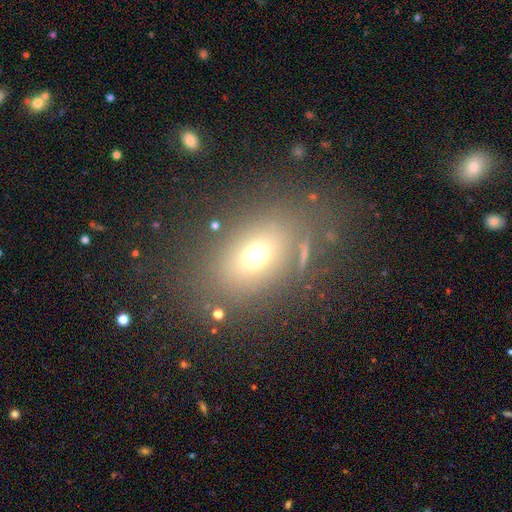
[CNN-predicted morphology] smooth-or-featured: smooth: 66% | star or artifact: 20% | featured or disk: 14%
  how-rounded: in between: 65% | round: 32% | cigar-shaped: 3%
  merging: none: 77% | minor disturbance: 11% | major disturbance: 7% | merger: 5%